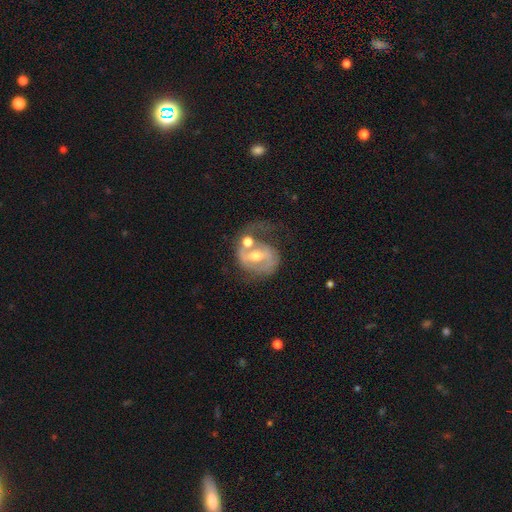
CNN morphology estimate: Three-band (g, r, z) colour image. It shows a featured or disk galaxy (78%) with a weak bar (45%), 2 (67%) medium (45%) spiral arms (81%) and a moderate central bulge (70%). Merging: none (38%).